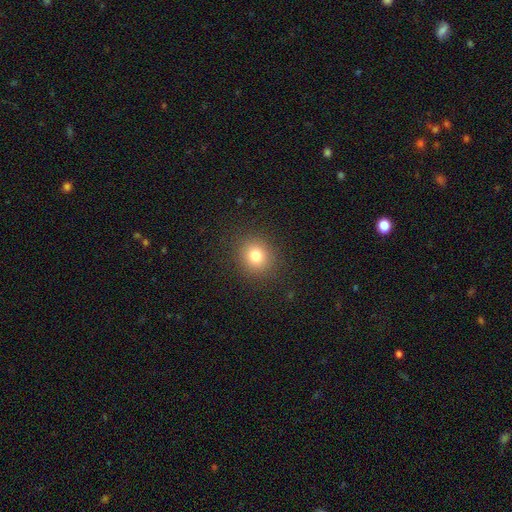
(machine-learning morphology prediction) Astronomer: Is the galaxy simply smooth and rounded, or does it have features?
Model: smooth — 79%.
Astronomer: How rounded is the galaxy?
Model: round — 83%.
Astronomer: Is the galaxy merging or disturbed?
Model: none — 89%.